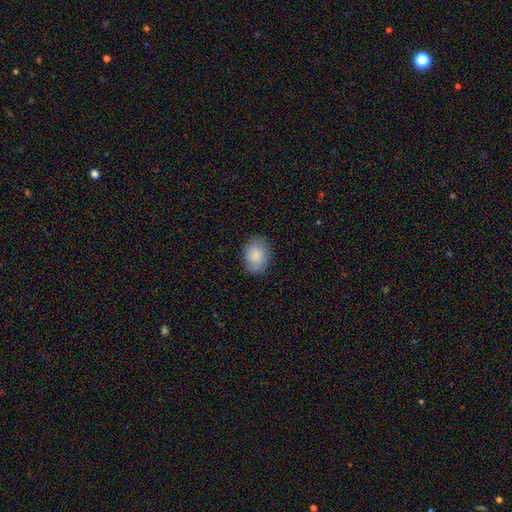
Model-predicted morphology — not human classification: A smooth galaxy with no disk features (84%) that is in between round and cigar-shaped (59%).

Vote fractions:
- Smooth or featured? smooth: 84% / featured or disk: 10% / star or artifact: 7%
- How rounded? in between: 59% / round: 40% / cigar-shaped: 1%
- Merging? none: 79% / minor disturbance: 16% / major disturbance: 4% / merger: 1%